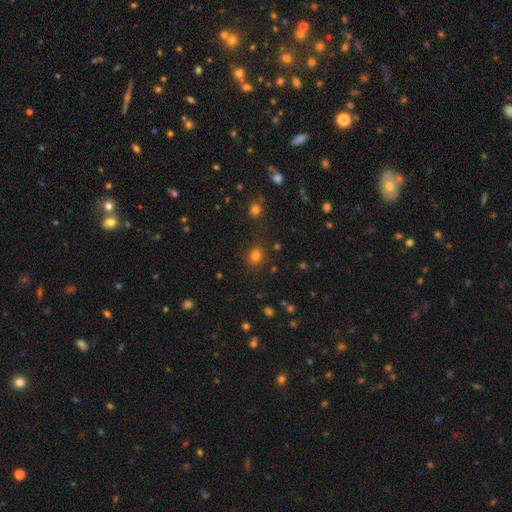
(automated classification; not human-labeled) Overall: smooth (78%). How rounded: round (74%). Merging: none (84%).